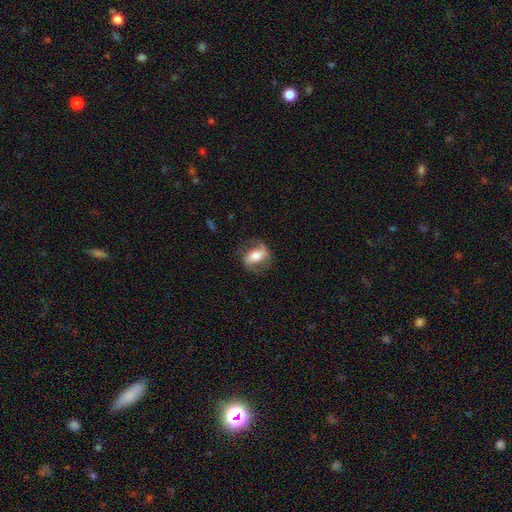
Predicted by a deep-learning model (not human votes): Smooth or featured? Predicted: featured or disk (p=0.50). Edge-on disk? Predicted: no (p=0.90). Merging? Predicted: none (p=0.67).